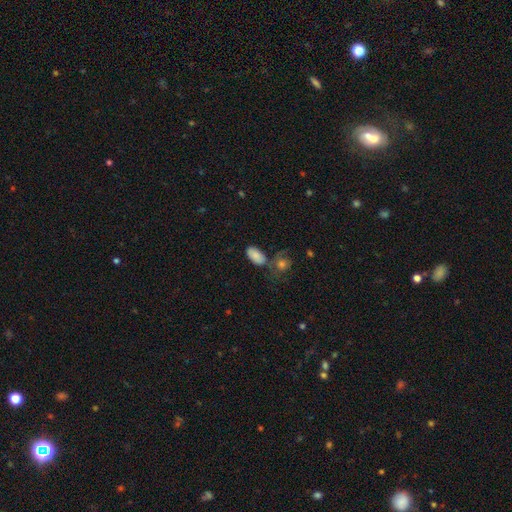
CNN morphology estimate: Smooth or featured?
  - smooth: 83% *
  - featured or disk: 9%
  - star or artifact: 8%
How rounded?
  - in between: 93% *
  - round: 5%
  - cigar-shaped: 2%
Merging?
  - none: 51% *
  - merger: 21%
  - minor disturbance: 19%
  - major disturbance: 8%